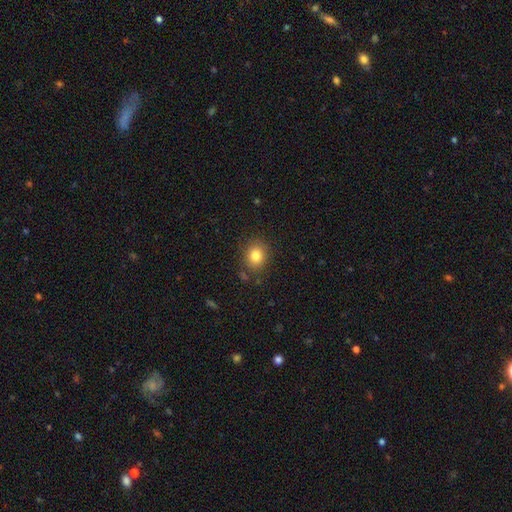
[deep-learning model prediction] This is clearly a smooth galaxy (82%). How rounded: likely round (70%). Merging: clearly none (84%).